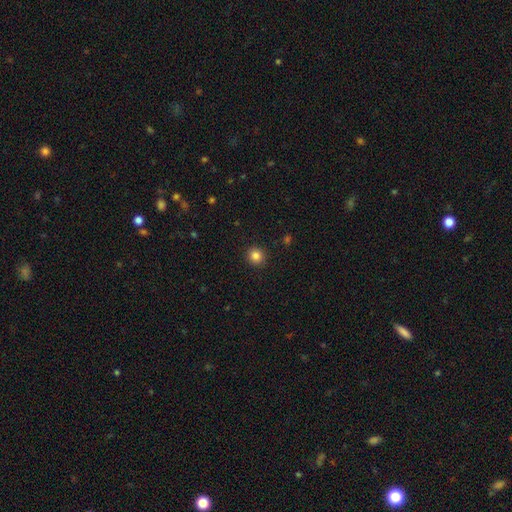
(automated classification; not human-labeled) This appears to be a smooth galaxy with no disk features (84%) that is round (93%). Merging: none (93%).